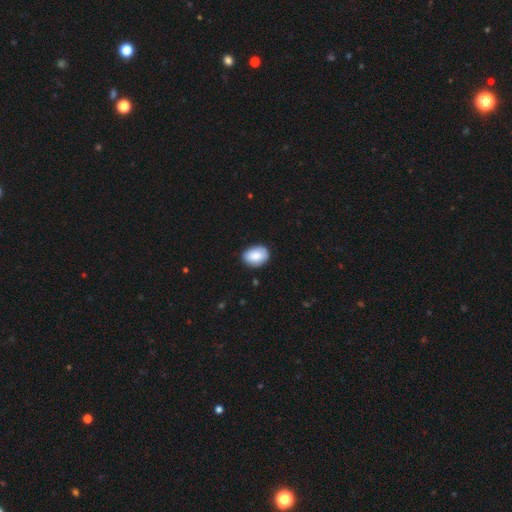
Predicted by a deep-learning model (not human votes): smooth-or-featured: smooth: 87% | star or artifact: 6% | featured or disk: 6%
  how-rounded: in between: 78% | round: 21% | cigar-shaped: 1%
  merging: none: 83% | minor disturbance: 14% | major disturbance: 2% | merger: 1%